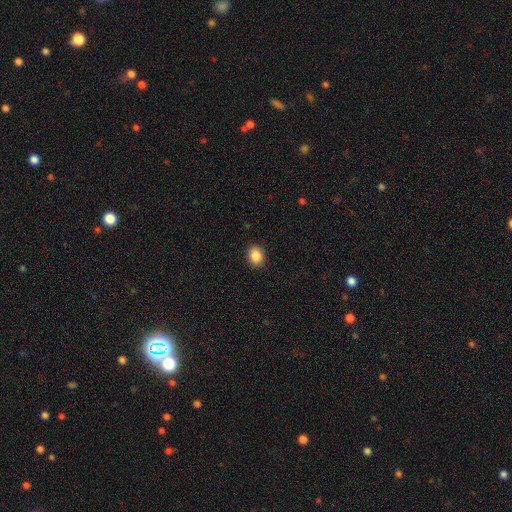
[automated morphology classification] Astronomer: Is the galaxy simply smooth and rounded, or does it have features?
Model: smooth — 88%.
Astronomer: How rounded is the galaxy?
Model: round — 53% (runner-up: in between, 46%).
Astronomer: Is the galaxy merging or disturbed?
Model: none — 90%.